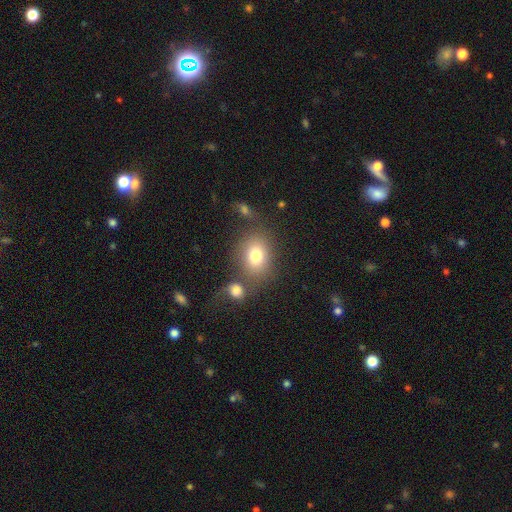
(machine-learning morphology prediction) type=smooth (77%); roundness=in between (53%); merging=none (58%).